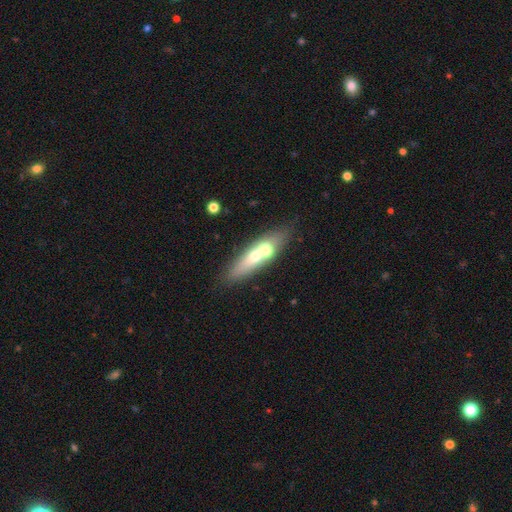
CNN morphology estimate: smooth 51%, featured or disk 39%, star or artifact 10%. Down the decision tree: how rounded — cigar-shaped (53%); merging — none (58%).